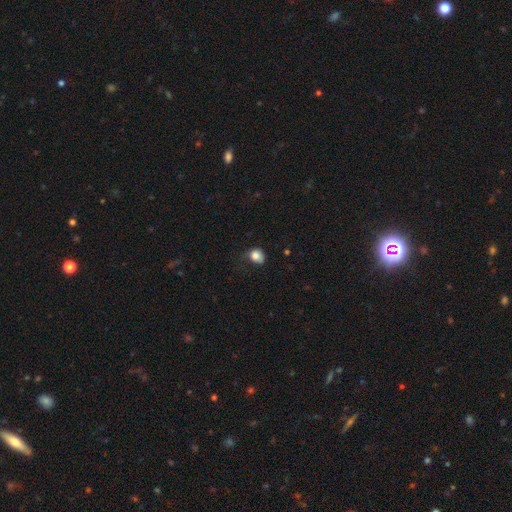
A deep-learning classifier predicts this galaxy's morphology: smooth-or-featured: smooth: 81% | star or artifact: 10% | featured or disk: 9%
  how-rounded: round: 63% | in between: 36% | cigar-shaped: 1%
  merging: none: 44% | minor disturbance: 36% | major disturbance: 18% | merger: 2%